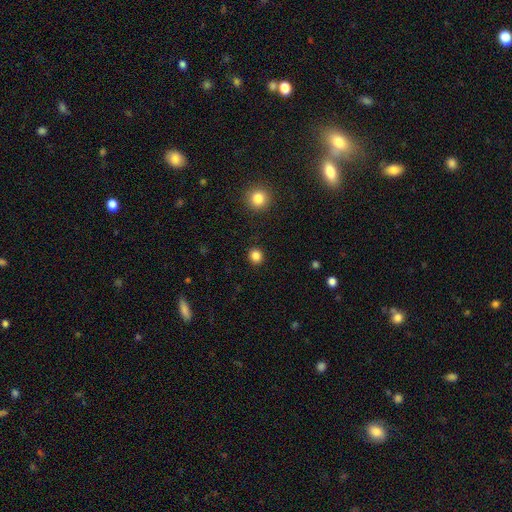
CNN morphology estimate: Smooth or featured?
  - smooth: 84% *
  - star or artifact: 12%
  - featured or disk: 3%
How rounded?
  - round: 89% *
  - in between: 11%
  - cigar-shaped: 1%
Merging?
  - none: 92% *
  - minor disturbance: 5%
  - major disturbance: 2%
  - merger: 1%